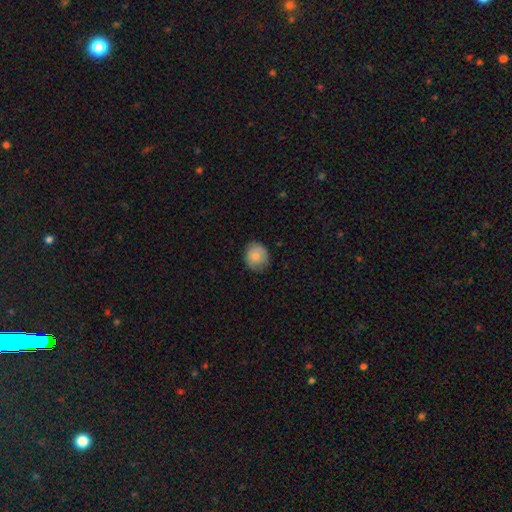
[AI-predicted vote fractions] smooth-or-featured: smooth: 78% | featured or disk: 14% | star or artifact: 7%
  how-rounded: round: 79% | in between: 20% | cigar-shaped: 1%
  merging: none: 77% | minor disturbance: 18% | major disturbance: 4% | merger: 1%